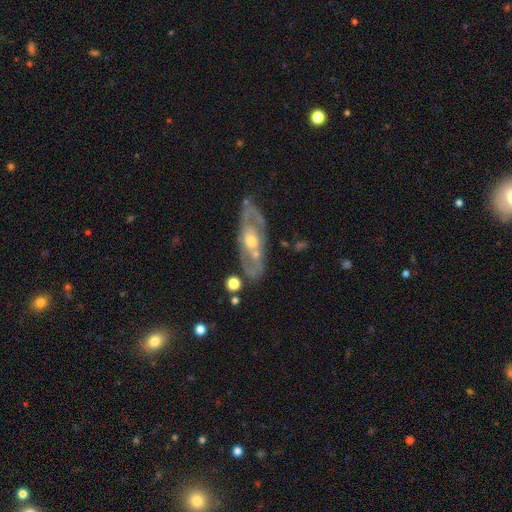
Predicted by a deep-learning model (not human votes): This appears to be a featured or disk galaxy (79%) with no bar (66%), spiral arms (64%) and a moderate central bulge (63%). Merging: none (76%).